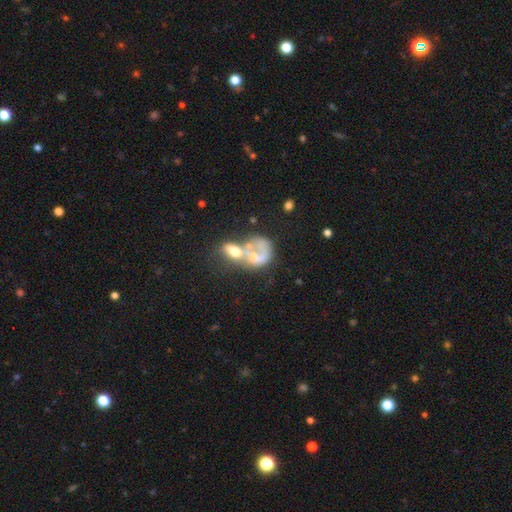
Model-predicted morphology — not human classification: Q: Smooth or featured?
A: featured or disk (49%); runner-up: smooth (40%)
Q: Merging?
A: merger (65%); runner-up: major disturbance (16%)